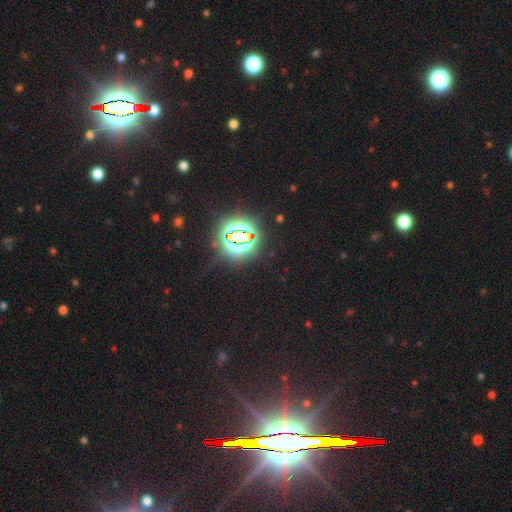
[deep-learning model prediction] star or artifact 82%, smooth 10%, featured or disk 8%.